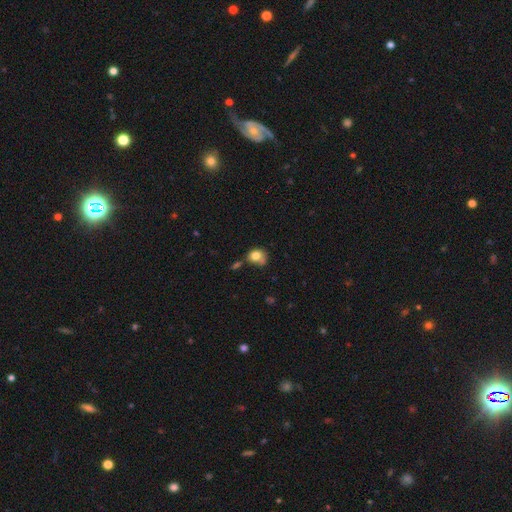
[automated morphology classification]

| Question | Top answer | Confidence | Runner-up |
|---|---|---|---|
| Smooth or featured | smooth | 78% | featured or disk (12%) |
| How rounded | round | 61% | in between (38%) |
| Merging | none | 40% | minor disturbance (28%) |